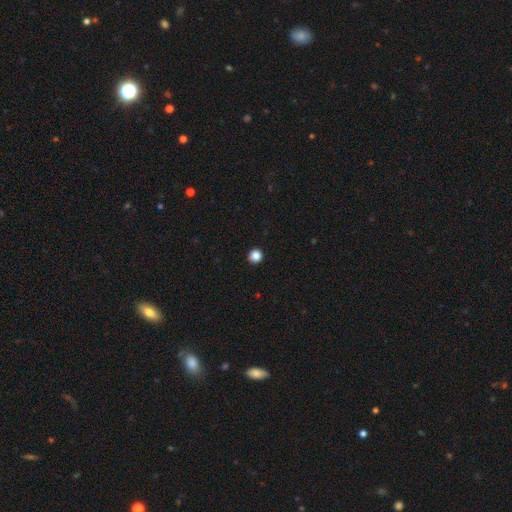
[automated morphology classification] This appears to be a smooth galaxy with no disk features (86%) that is round (95%). Merging: none (94%).